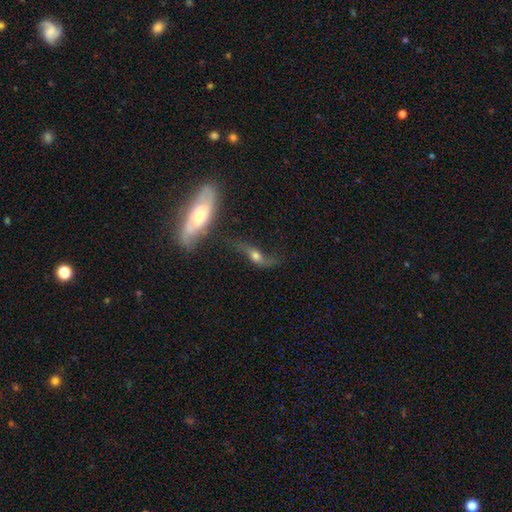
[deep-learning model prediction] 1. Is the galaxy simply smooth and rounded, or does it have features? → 69% featured or disk, 21% smooth, 11% star or artifact.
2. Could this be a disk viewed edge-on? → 73% no, 27% yes.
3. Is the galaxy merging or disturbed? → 49% none, 21% major disturbance, 19% minor disturbance, 12% merger.